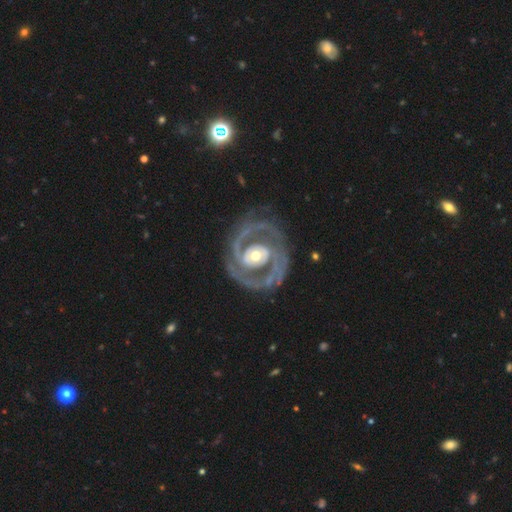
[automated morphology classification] smooth-or-featured: featured or disk: 89% | smooth: 7% | star or artifact: 4%
  disk-edge-on: no: 97% | yes: 3%
    bar: no: 60% | weak: 25% | strong: 16%
    has-spiral-arms: yes: 90% | no: 10%
      spiral-winding: tight: 49% | medium: 39% | loose: 12%
      spiral-arm-count: 2: 70% | can't tell: 10% | 3: 9% | 1: 5% | 4: 4% | more than 4: 3%
    bulge-size: moderate: 66% | small: 18% | large: 13% | dominant: 1% | none: 1%
  merging: none: 71% | minor disturbance: 15% | major disturbance: 12% | merger: 2%